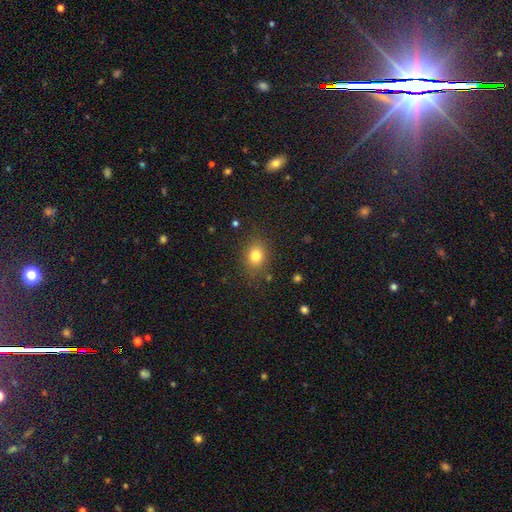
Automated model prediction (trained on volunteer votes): This is likely a smooth galaxy (79%). How rounded: possibly round (57%). Merging: clearly none (83%).